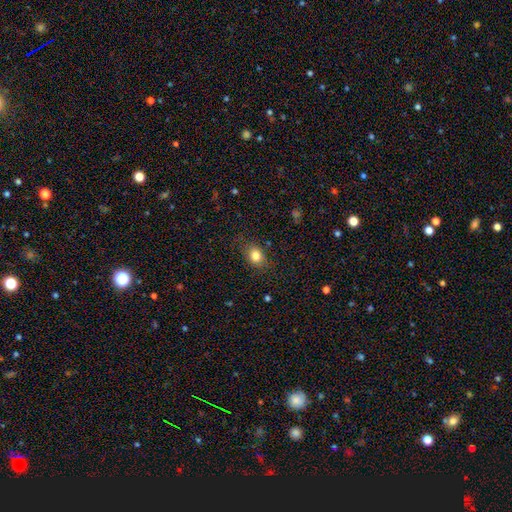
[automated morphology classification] A smooth galaxy with no disk features (82%) that is in between round and cigar-shaped (63%).

Vote fractions:
- Smooth or featured? smooth: 82% / star or artifact: 10% / featured or disk: 8%
- How rounded? in between: 63% / round: 35% / cigar-shaped: 2%
- Merging? none: 78% / minor disturbance: 16% / major disturbance: 5% / merger: 1%